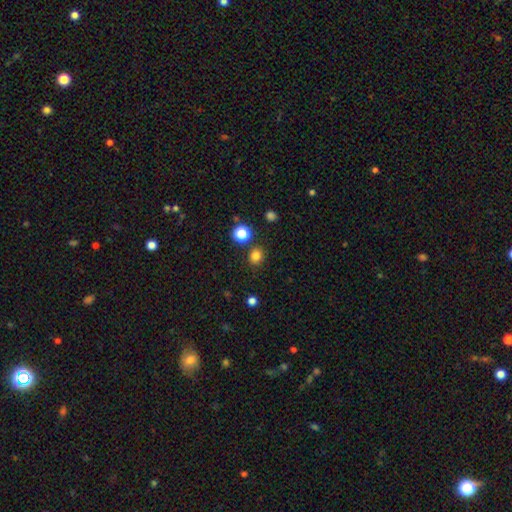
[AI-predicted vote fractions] This appears to be a smooth galaxy with no disk features (81%) that is round (78%). Merging: none (84%).